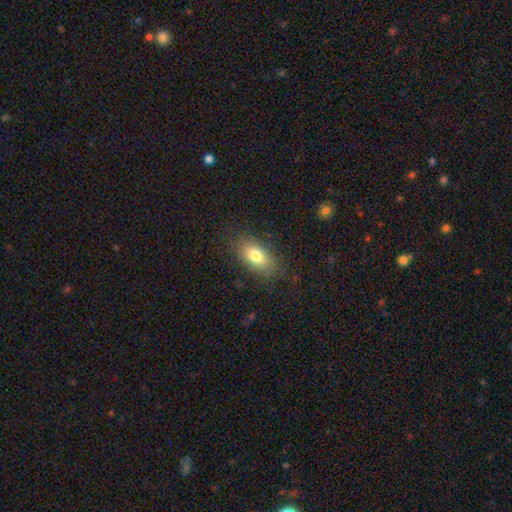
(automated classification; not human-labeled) smooth_or_featured: smooth (p=0.79) [alt: featured or disk p=0.13]
how_rounded: in between (p=0.89) [alt: round p=0.07]
merging: none (p=0.82) [alt: minor disturbance p=0.13]